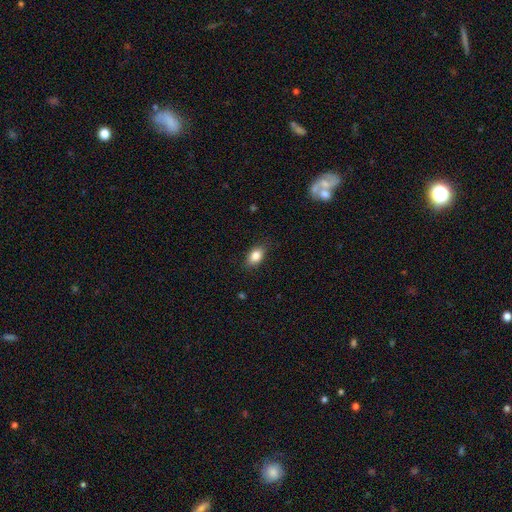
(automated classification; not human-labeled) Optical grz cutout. It shows a smooth galaxy with no disk features (84%) that is in between round and cigar-shaped (87%). Merging: none (85%).